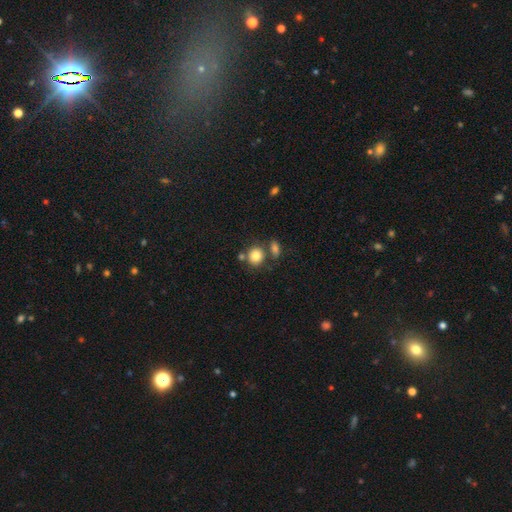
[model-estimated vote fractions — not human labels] Smooth or featured?
  - smooth: 83% *
  - star or artifact: 10%
  - featured or disk: 8%
How rounded?
  - round: 79% *
  - in between: 20%
  - cigar-shaped: 1%
Merging?
  - none: 63% *
  - merger: 22%
  - minor disturbance: 11%
  - major disturbance: 4%